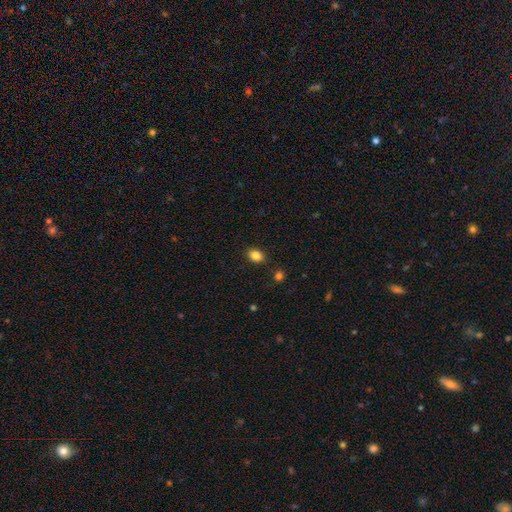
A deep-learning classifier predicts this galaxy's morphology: This is clearly a smooth galaxy (85%). How rounded: likely in between (68%). Merging: clearly none (87%).